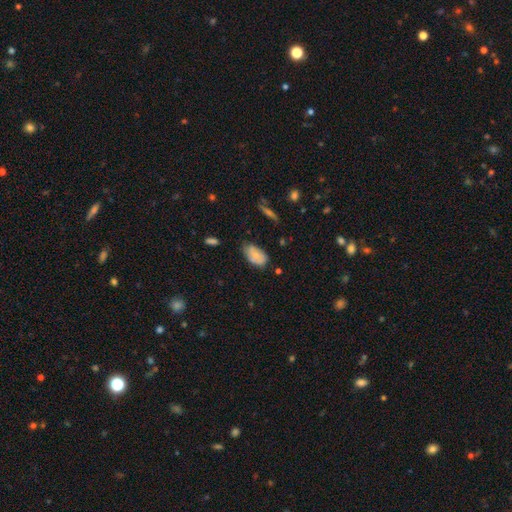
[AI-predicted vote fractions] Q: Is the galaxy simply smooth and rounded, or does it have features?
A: smooth — 69%.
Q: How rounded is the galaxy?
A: in between — 93%.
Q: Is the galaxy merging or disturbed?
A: none — 57%.